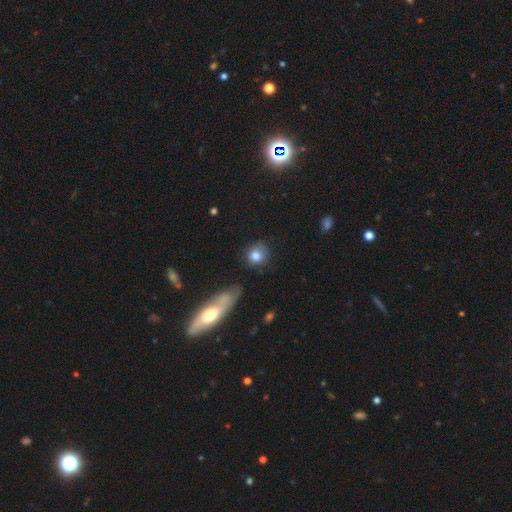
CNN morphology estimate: type=smooth (81%); roundness=round (81%); merging=none (71%).